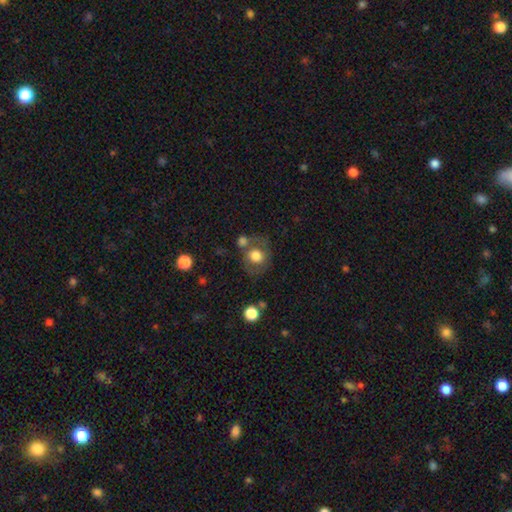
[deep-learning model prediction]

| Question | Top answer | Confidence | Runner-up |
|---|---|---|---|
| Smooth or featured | smooth | 68% | featured or disk (24%) |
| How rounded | round | 78% | in between (21%) |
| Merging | none | 57% | merger (18%) |